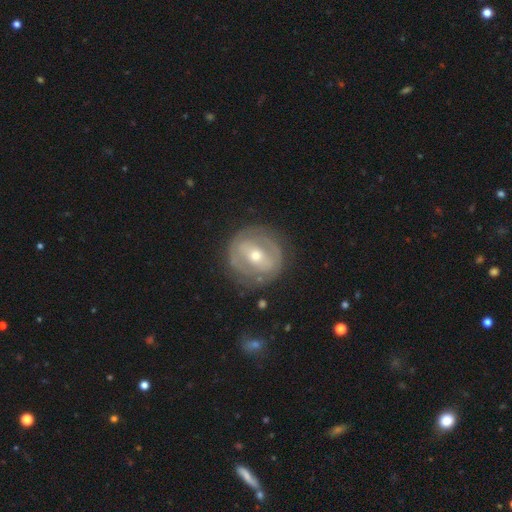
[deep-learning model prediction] Overall: featured or disk (68%). Edge-on disk: no (95%). Bar: strong (36%; weak 35%). Spiral arms: no (58%; yes 42%). Bulge size: moderate (59%; small 36%). Merging: none (79%).